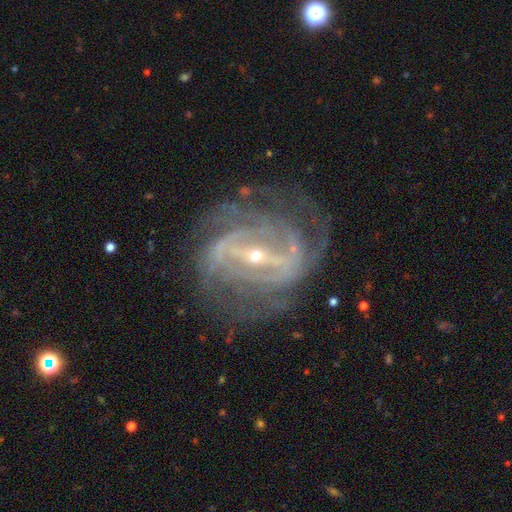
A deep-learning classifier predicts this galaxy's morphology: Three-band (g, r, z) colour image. It shows a featured or disk galaxy (91%) with a strong bar (73%), can't tell (27%, tied with 2) tight (50%) spiral arms (94%) and a small central bulge (73%). Merging: none (69%).